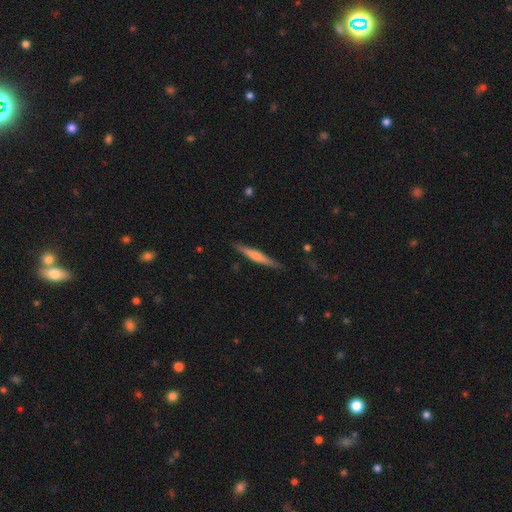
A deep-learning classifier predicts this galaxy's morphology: A featured or disk galaxy (48%).

Vote fractions:
- Smooth or featured? featured or disk: 48% / smooth: 46% / star or artifact: 6%
- Merging? none: 87% / minor disturbance: 9% / major disturbance: 2% / merger: 1%